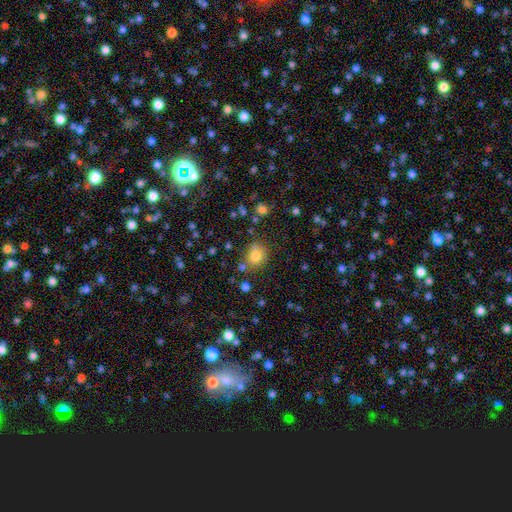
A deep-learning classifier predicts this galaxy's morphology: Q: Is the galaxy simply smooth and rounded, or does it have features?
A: smooth — 80%.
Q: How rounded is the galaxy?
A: round — 69%.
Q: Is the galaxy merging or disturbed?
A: none — 70%.